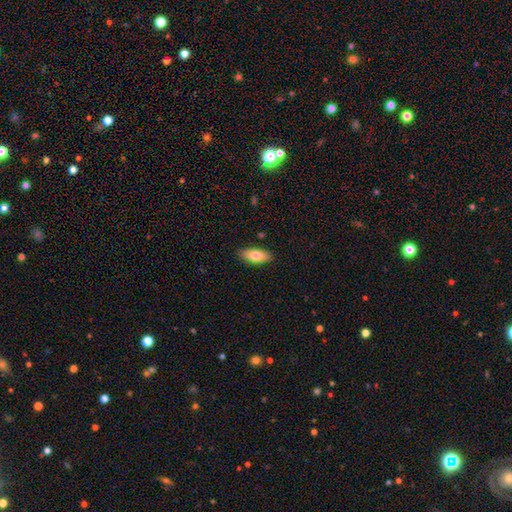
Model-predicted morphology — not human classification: A smooth galaxy with no disk features (78%) that is in between round and cigar-shaped (85%). Merging: none (88%).